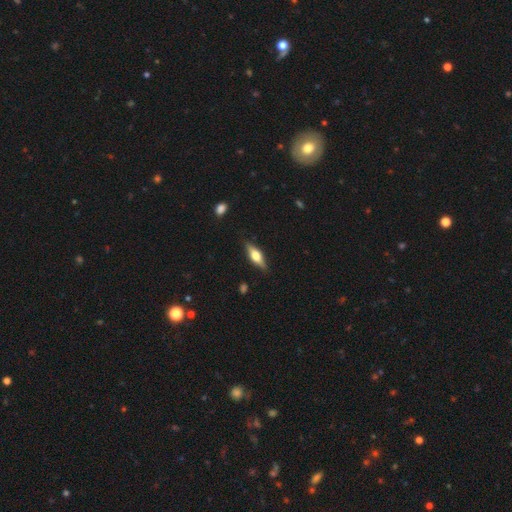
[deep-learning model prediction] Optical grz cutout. It shows a featured or disk galaxy (53%) viewed edge-on (92%). Merging: none (86%).